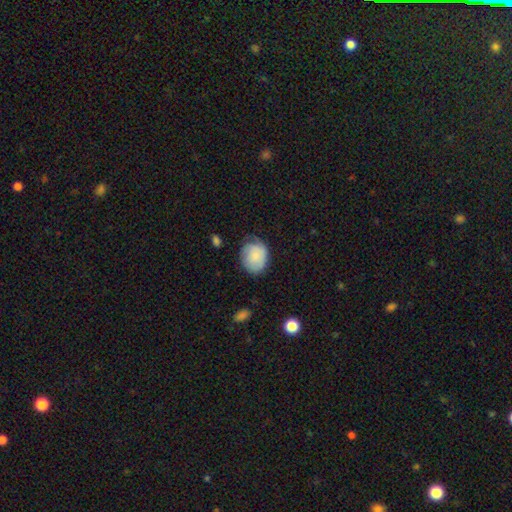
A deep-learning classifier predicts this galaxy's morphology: A smooth galaxy with no disk features (76%) that is round (55%). Merging: none (57%).